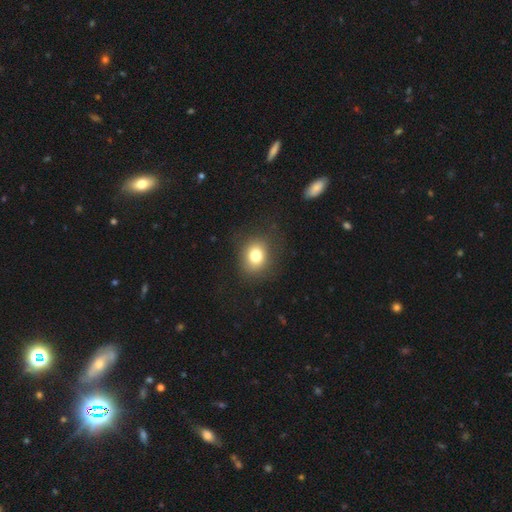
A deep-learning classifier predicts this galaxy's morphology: type=smooth (78%); roundness=round (60%); merging=none (82%).